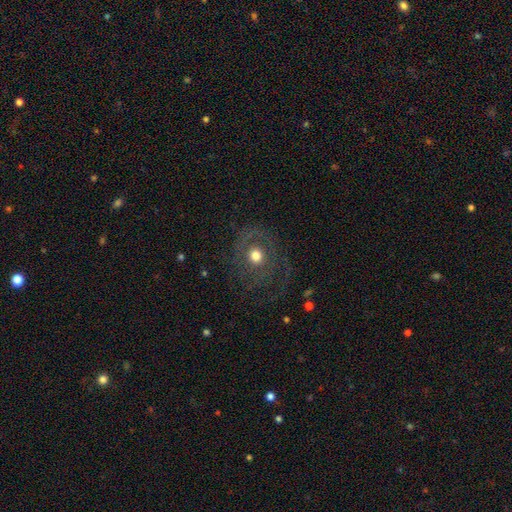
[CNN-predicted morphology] type=featured or disk (48%); merging=none (65%).